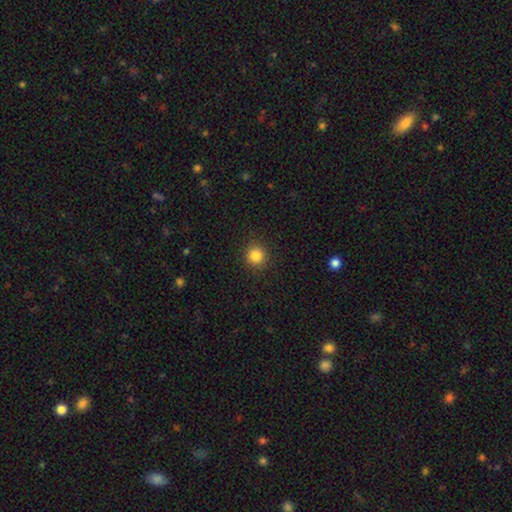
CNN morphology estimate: This appears to be a smooth galaxy with no disk features (84%) that is round (93%). Merging: none (91%).